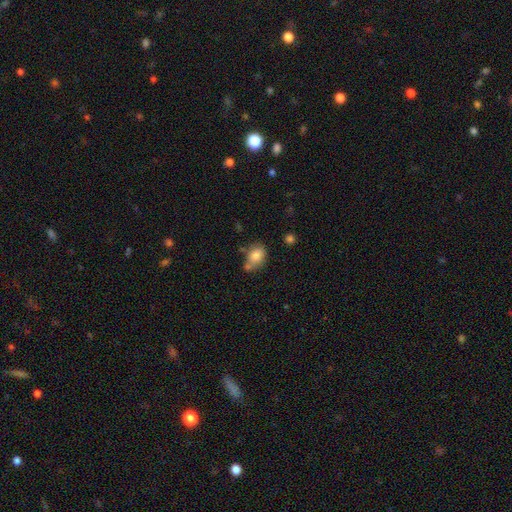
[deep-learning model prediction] Q: Smooth or featured?
A: smooth (81%); runner-up: featured or disk (10%)
Q: How rounded?
A: in between (71%); runner-up: round (28%)
Q: Merging?
A: none (52%); runner-up: minor disturbance (22%)